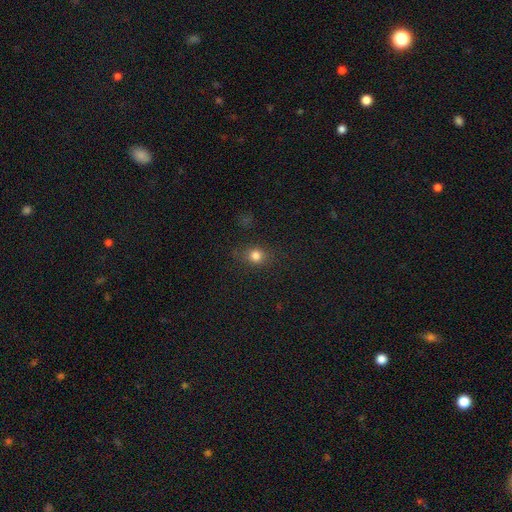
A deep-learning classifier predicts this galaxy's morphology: Q: Smooth or featured?
A: smooth (80%); runner-up: star or artifact (14%)
Q: How rounded?
A: round (70%); runner-up: in between (28%)
Q: Merging?
A: none (82%); runner-up: minor disturbance (12%)